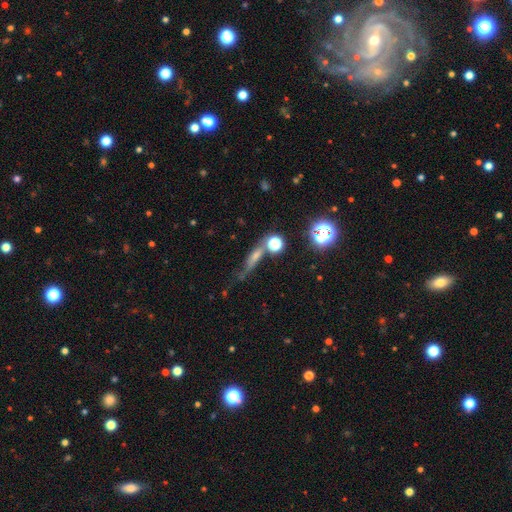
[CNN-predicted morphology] A smooth galaxy with no disk features (37%).

Vote fractions:
- Smooth or featured? smooth: 37% / featured or disk: 35% / star or artifact: 29%
- Merging? none: 57% / minor disturbance: 19% / merger: 13% / major disturbance: 11%